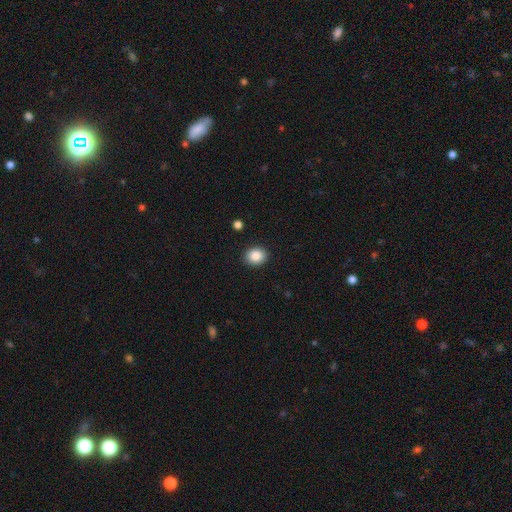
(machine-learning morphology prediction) Smooth or featured? Predicted: smooth (p=0.87). How rounded? Predicted: round (p=0.61). Merging? Predicted: none (p=0.90).